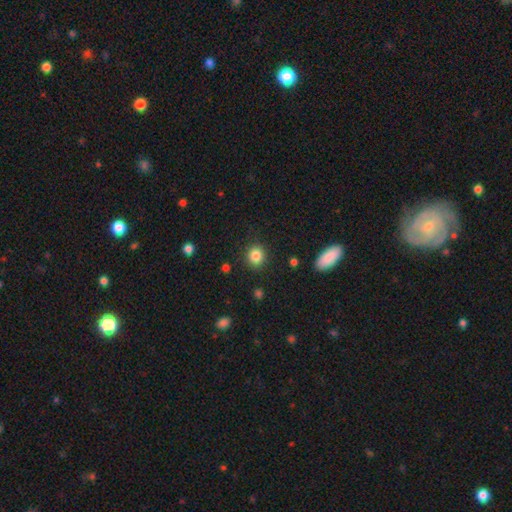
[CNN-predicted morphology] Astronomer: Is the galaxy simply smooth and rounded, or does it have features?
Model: smooth — 85%.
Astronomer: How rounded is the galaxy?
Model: round — 76%.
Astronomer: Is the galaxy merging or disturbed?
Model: none — 89%.